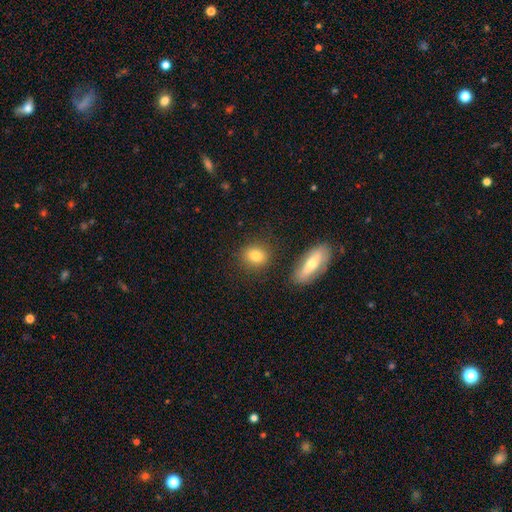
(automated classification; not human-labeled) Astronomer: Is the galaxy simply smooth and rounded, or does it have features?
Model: smooth — 81%.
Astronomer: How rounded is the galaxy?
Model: round — 55% (runner-up: in between, 42%).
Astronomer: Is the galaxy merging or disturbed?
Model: none — 81%.